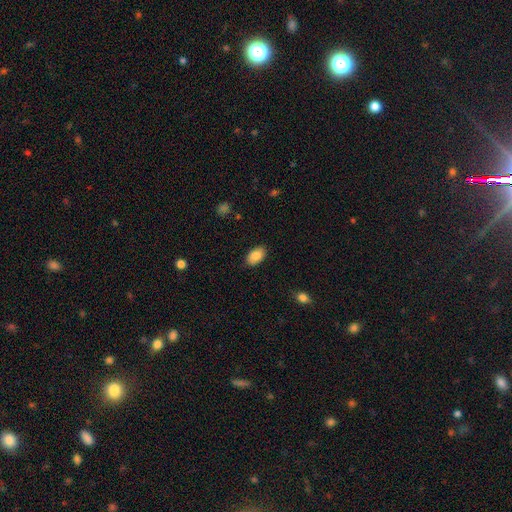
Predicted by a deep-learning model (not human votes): Smooth or featured: smooth — 86% (featured or disk — 7%)
How rounded: in between — 93% (round — 6%)
Merging: none — 85% (minor disturbance — 11%)